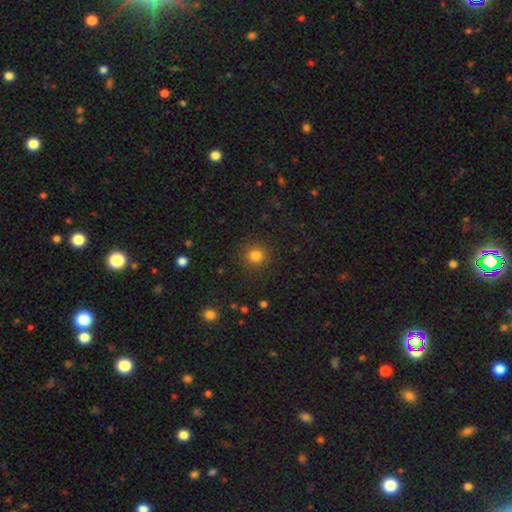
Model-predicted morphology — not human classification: This is clearly a smooth galaxy (81%). How rounded: clearly round (92%). Merging: clearly none (90%).